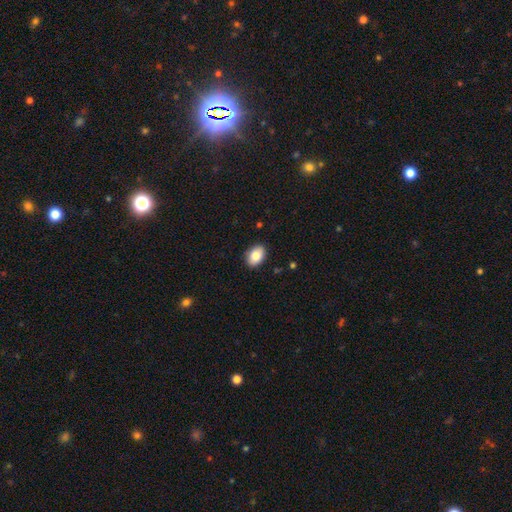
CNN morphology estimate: The model was most divided on "how rounded": in between: 85%, round: 14%, cigar-shaped: 1%. More confident: merging — none (89%); smooth or featured — smooth (84%).